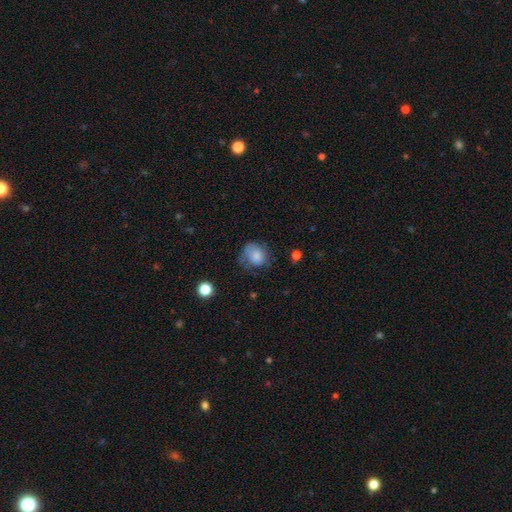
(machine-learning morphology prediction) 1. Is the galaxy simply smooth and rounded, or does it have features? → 77% smooth, 14% featured or disk, 9% star or artifact.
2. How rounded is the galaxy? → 57% round, 42% in between, 1% cigar-shaped.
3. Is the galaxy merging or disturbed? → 49% none, 30% minor disturbance, 18% major disturbance, 2% merger.